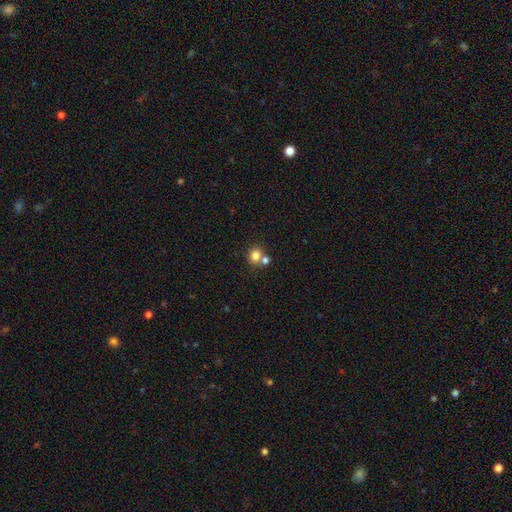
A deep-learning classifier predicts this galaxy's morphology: Overall: smooth (80%). How rounded: round (82%). Merging: none (54%; merger 36%).